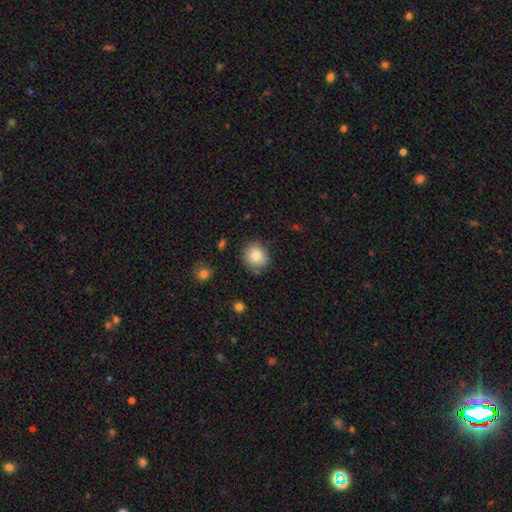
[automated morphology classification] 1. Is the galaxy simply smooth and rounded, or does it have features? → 83% smooth, 9% star or artifact, 8% featured or disk.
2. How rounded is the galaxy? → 81% round, 18% in between, 1% cigar-shaped.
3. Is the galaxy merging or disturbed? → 79% none, 15% minor disturbance, 3% major disturbance, 2% merger.